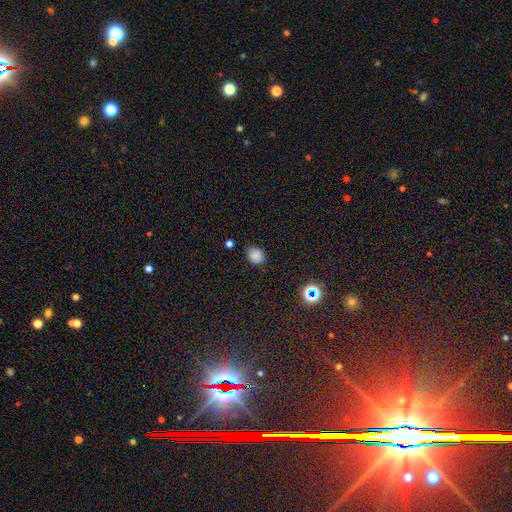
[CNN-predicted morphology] A smooth galaxy with no disk features (83%) that is round (62%).

Vote fractions:
- Smooth or featured? smooth: 83% / star or artifact: 13% / featured or disk: 4%
- How rounded? round: 62% / in between: 38% / cigar-shaped: 1%
- Merging? none: 82% / minor disturbance: 14% / major disturbance: 3% / merger: 2%